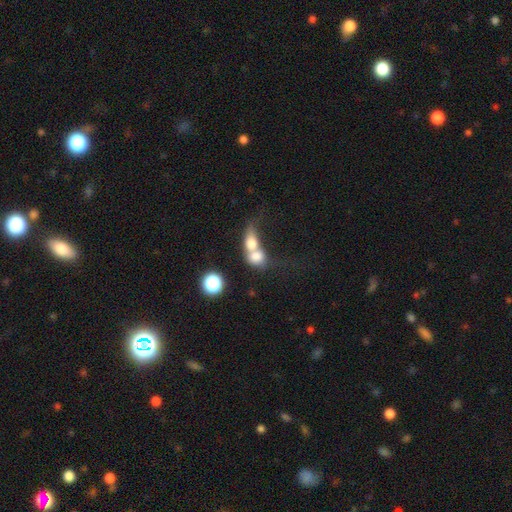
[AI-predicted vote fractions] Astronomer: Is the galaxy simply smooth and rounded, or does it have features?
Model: smooth — 69%.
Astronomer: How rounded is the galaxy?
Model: in between — 50% (runner-up: round, 46%).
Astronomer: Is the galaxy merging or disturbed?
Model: merger — 77%.